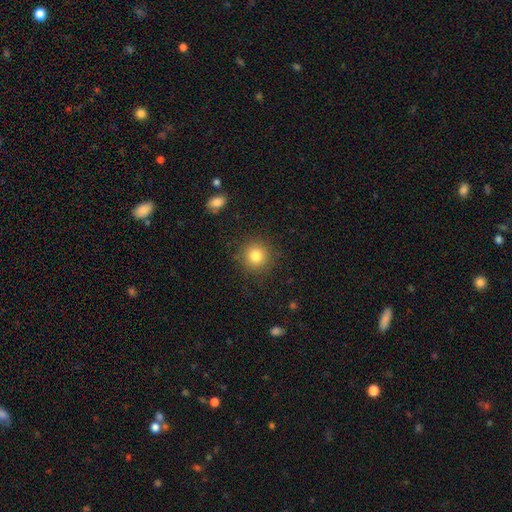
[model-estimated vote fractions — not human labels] Smooth or featured? Predicted: smooth (p=0.81). How rounded? Predicted: round (p=0.93). Merging? Predicted: none (p=0.89).